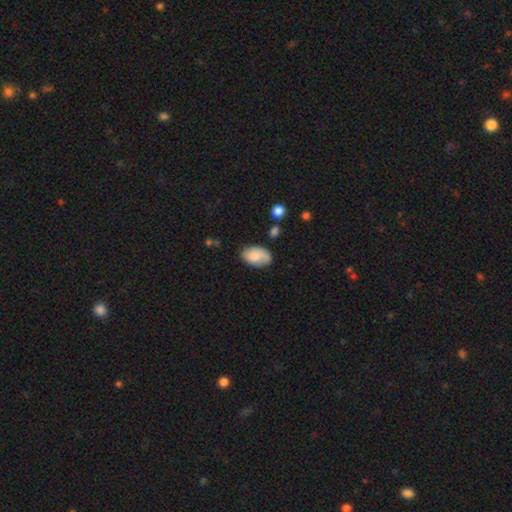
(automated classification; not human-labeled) Smooth or featured? smooth (77%)
How rounded? in between (91%)
Merging? none (68%)